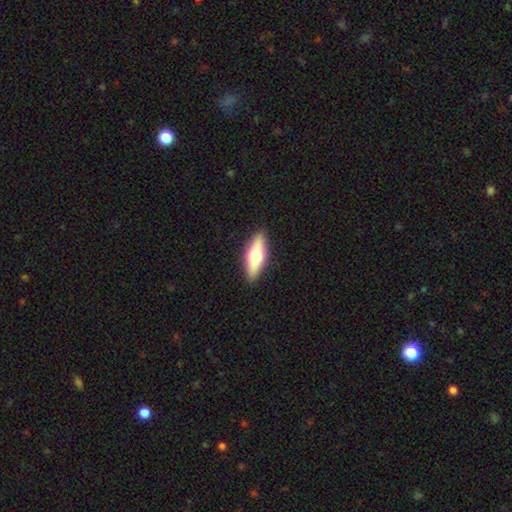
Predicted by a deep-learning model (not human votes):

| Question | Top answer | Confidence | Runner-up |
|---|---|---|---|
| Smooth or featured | smooth | 53% | featured or disk (41%) |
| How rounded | in between | 54% | cigar-shaped (43%) |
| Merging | none | 89% | minor disturbance (8%) |